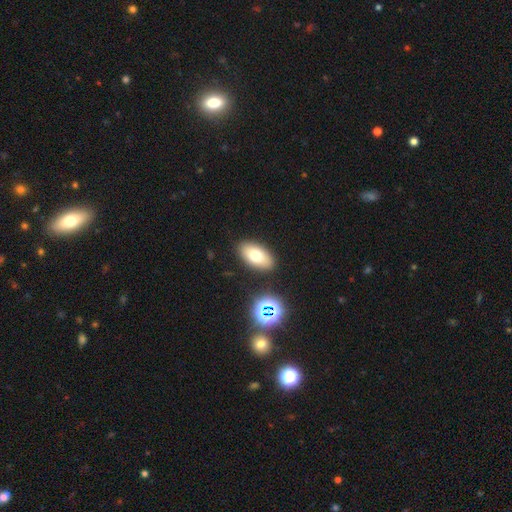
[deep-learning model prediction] smooth-or-featured: smooth: 71% | featured or disk: 18% | star or artifact: 11%
  how-rounded: in between: 91% | round: 6% | cigar-shaped: 3%
  merging: none: 87% | minor disturbance: 8% | merger: 2% | major disturbance: 2%